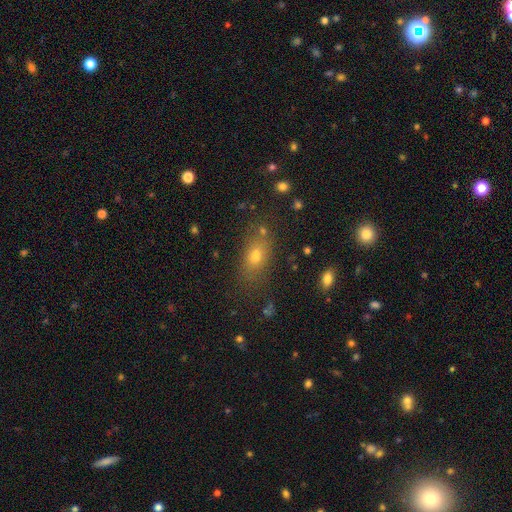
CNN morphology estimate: The model was most divided on "smooth or featured": smooth: 71%, star or artifact: 16%, featured or disk: 13%. More confident: merging — none (74%); how rounded — in between (73%).